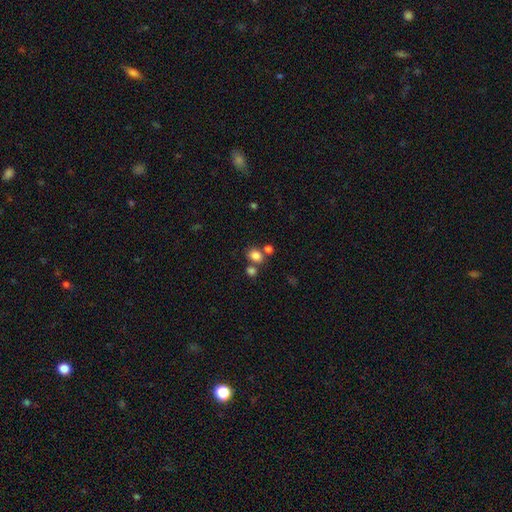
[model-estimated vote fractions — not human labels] smooth 81%, star or artifact 13%, featured or disk 6%. Down the decision tree: how rounded — in between (54%); merging — none (58%).